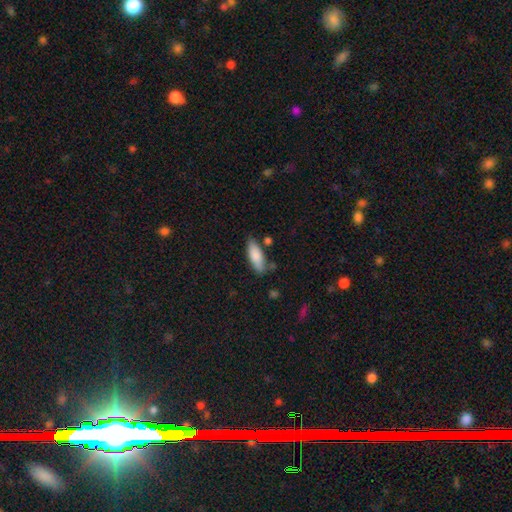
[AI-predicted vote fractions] A smooth galaxy with no disk features (84%) that is in between round and cigar-shaped (66%).

Vote fractions:
- Smooth or featured? smooth: 84% / featured or disk: 10% / star or artifact: 6%
- How rounded? in between: 66% / cigar-shaped: 32% / round: 2%
- Merging? none: 73% / minor disturbance: 18% / merger: 6% / major disturbance: 4%